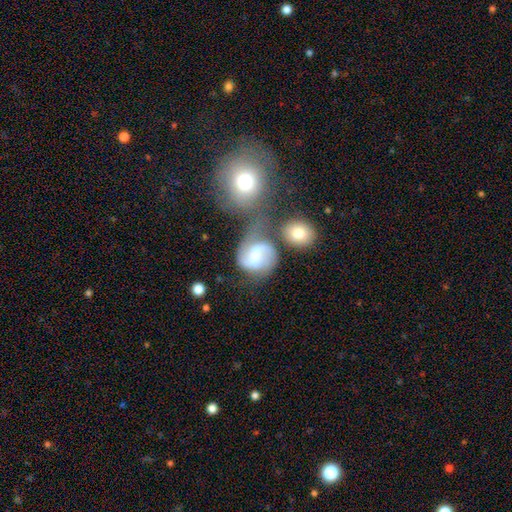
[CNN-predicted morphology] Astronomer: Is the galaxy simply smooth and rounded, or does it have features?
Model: featured or disk — 69%.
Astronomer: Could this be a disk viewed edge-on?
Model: no — 98%.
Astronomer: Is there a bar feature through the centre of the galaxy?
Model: weak — 51% (runner-up: no, 36%).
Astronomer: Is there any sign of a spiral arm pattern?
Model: yes — 92%.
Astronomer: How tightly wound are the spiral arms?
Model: medium — 49% (runner-up: loose, 35%).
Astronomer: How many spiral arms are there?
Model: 2 — 87%.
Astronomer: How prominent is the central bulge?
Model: small — 45% (runner-up: moderate, 43%).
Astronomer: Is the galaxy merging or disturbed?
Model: none — 44% (runner-up: merger, 25%).